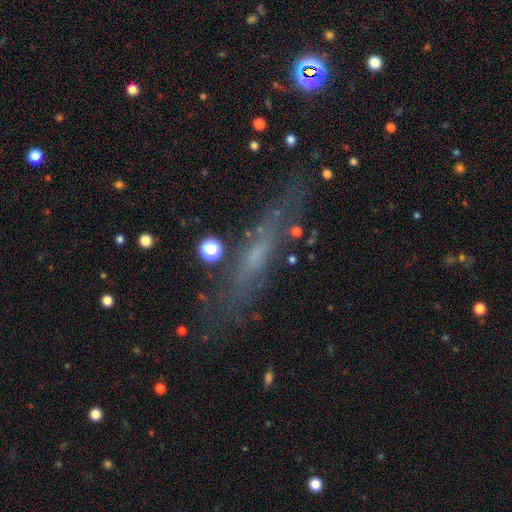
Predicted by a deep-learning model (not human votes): featured or disk 48%, smooth 39%, star or artifact 14%. Down the decision tree: merging — none (74%).